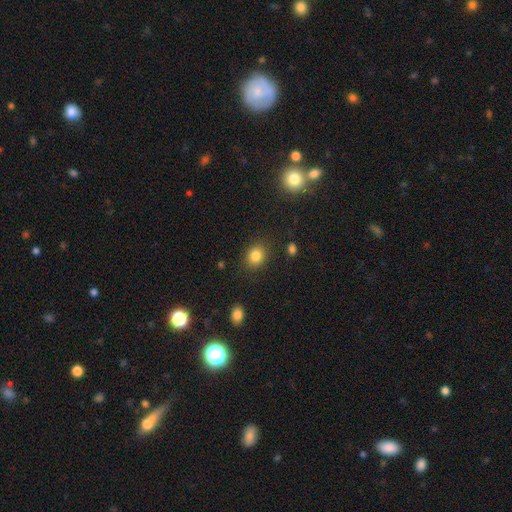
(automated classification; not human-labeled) Morphology: type=smooth (84%); roundness=round (62%); merging=none (85%).